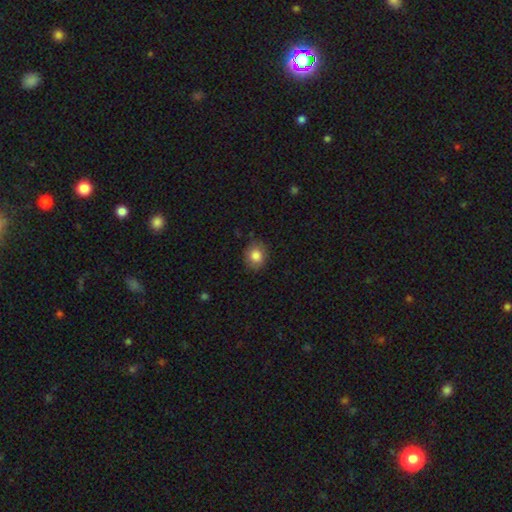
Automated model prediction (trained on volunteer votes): This is clearly a smooth galaxy (83%). How rounded: likely round (72%). Merging: clearly none (84%).